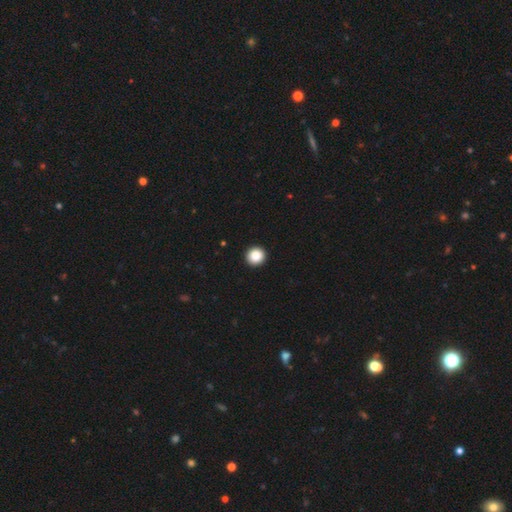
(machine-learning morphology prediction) Smooth or featured? Predicted: smooth (p=0.88). How rounded? Predicted: round (p=0.94). Merging? Predicted: none (p=0.94).